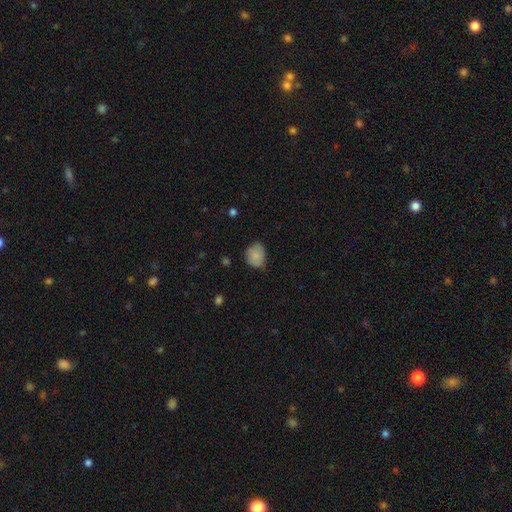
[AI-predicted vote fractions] This appears to be a smooth galaxy with no disk features (83%) that is round (53%). Merging: none (60%).